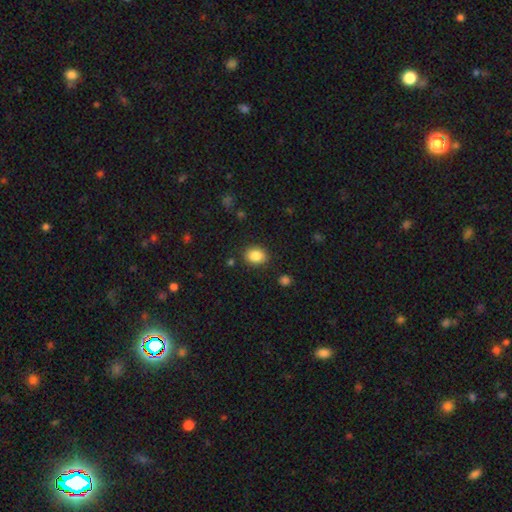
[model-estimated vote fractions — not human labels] Morphology: type=smooth (85%); roundness=in between (51%); merging=none (86%).